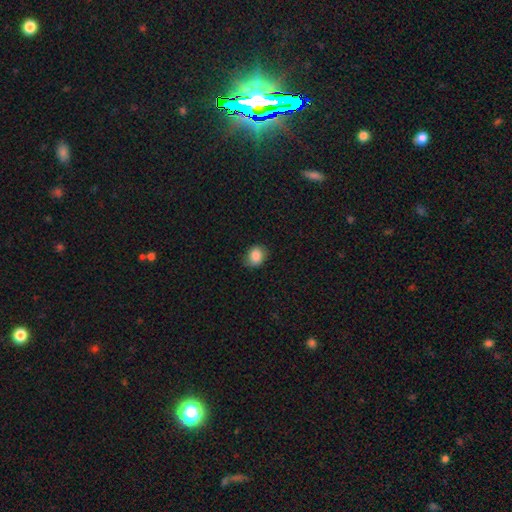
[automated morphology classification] Q: Smooth or featured?
A: smooth (87%); runner-up: star or artifact (9%)
Q: How rounded?
A: round (52%); runner-up: in between (47%)
Q: Merging?
A: none (81%); runner-up: minor disturbance (15%)